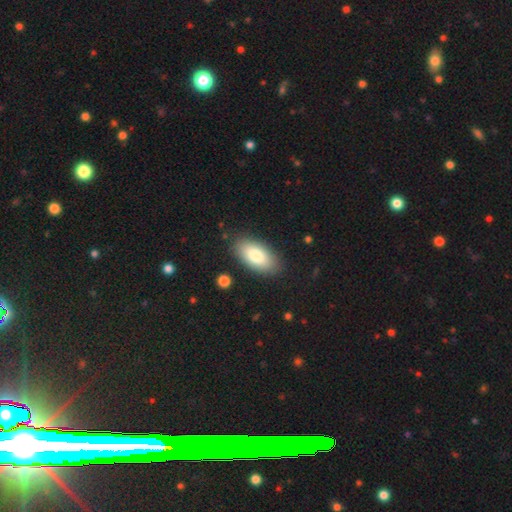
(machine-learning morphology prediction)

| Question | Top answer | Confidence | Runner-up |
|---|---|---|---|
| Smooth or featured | smooth | 81% | featured or disk (12%) |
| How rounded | in between | 93% | cigar-shaped (4%) |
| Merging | none | 85% | minor disturbance (10%) |